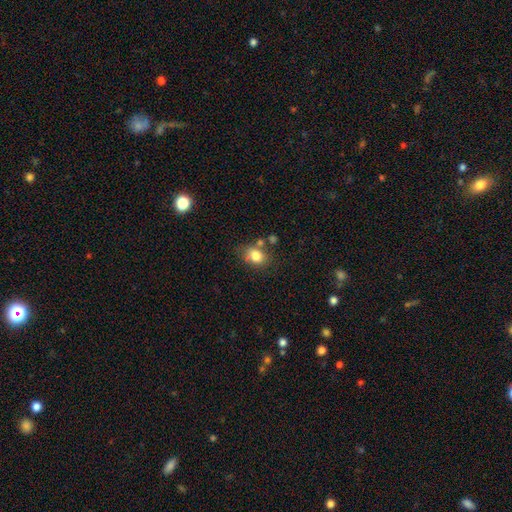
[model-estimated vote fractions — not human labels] Morphology: type=smooth (81%); roundness=in between (57%); merging=none (61%).